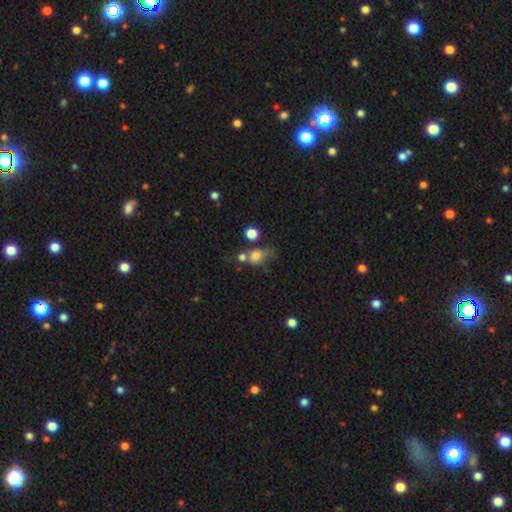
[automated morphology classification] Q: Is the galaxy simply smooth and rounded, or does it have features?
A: smooth — 72%.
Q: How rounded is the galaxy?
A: round — 53%.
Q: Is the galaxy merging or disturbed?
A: none — 37%.